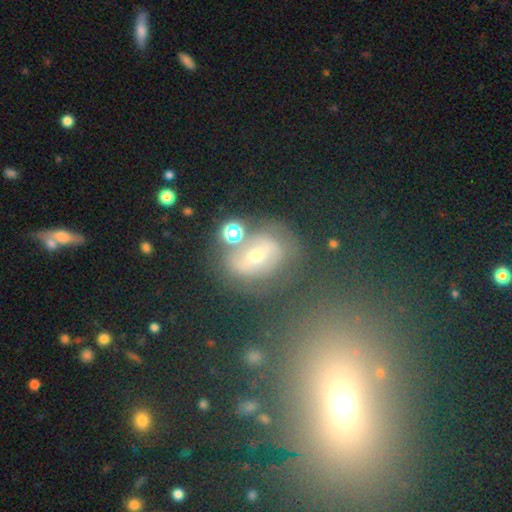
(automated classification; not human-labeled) Morphology: type=featured or disk (55%); edge-on=no (92%); bar=strong (44%); spiral arms=no (52%); bulge=moderate (59%); merging=none (62%).